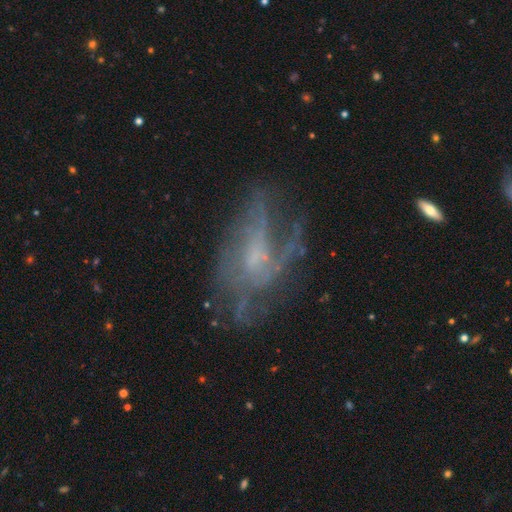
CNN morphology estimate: Smooth or featured?
  - featured or disk: 75% *
  - smooth: 13%
  - star or artifact: 12%
Edge-on disk?
  - no: 94% *
  - yes: 6%
Bar?
  - no: 60% *
  - weak: 34%
  - strong: 7%
Spiral arms?
  - yes: 74% *
  - no: 26%
Spiral winding?
  - loose: 46% *
  - medium: 35%
  - tight: 20%
Spiral arm count?
  - can't tell: 44% *
  - 2: 17%
  - 3: 14%
  - 1: 10%
  - 4: 9%
  - more than 4: 6%
Bulge size?
  - small: 45% *
  - none: 30%
  - moderate: 21%
  - large: 2%
  - dominant: 1%
Merging?
  - none: 50% *
  - major disturbance: 28%
  - minor disturbance: 19%
  - merger: 3%